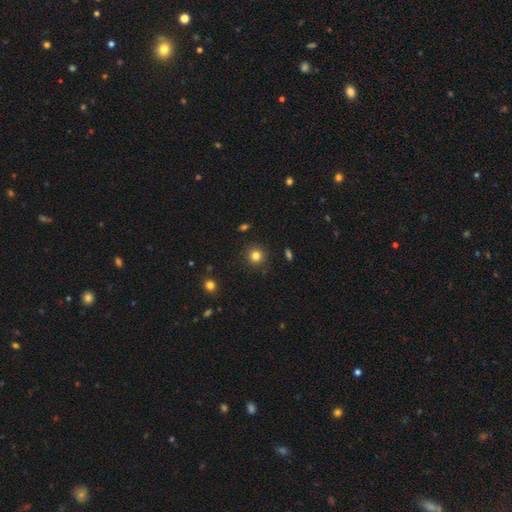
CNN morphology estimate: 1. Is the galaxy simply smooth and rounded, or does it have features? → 81% smooth, 14% star or artifact, 6% featured or disk.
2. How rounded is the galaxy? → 93% round, 6% in between, 1% cigar-shaped.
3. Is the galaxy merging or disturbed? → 91% none, 6% minor disturbance, 2% major disturbance, 1% merger.